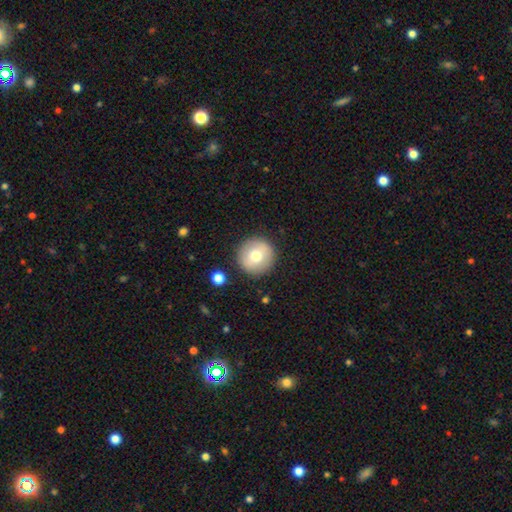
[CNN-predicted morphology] This is likely a smooth galaxy (71%). How rounded: clearly round (96%). Merging: clearly none (89%).